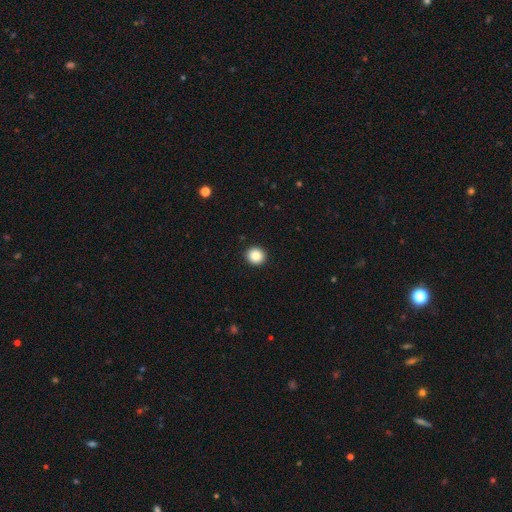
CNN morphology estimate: Smooth or featured? Predicted: smooth (p=0.87). How rounded? Predicted: round (p=0.91). Merging? Predicted: none (p=0.93).